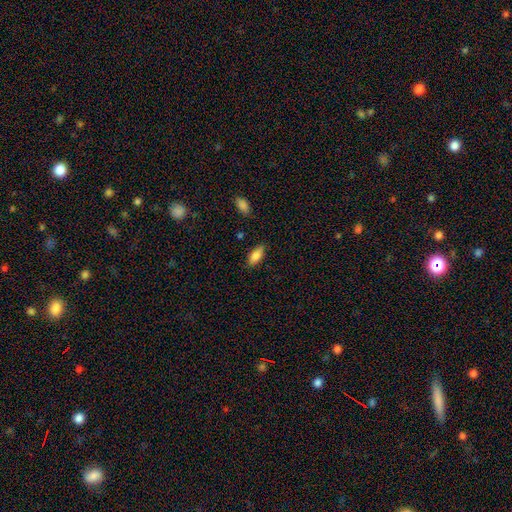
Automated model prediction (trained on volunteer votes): Smooth or featured?
  - smooth: 84% *
  - featured or disk: 9%
  - star or artifact: 7%
How rounded?
  - in between: 85% *
  - cigar-shaped: 13%
  - round: 2%
Merging?
  - none: 82% *
  - minor disturbance: 14%
  - major disturbance: 3%
  - merger: 2%